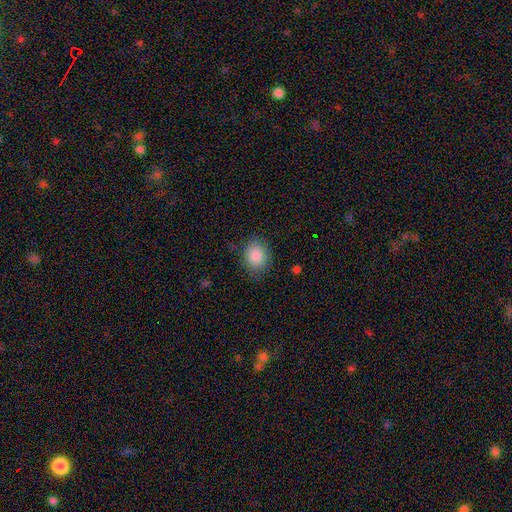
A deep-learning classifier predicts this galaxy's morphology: smooth 87%, star or artifact 8%, featured or disk 5%. Down the decision tree: how rounded — in between (51%); merging — none (81%).